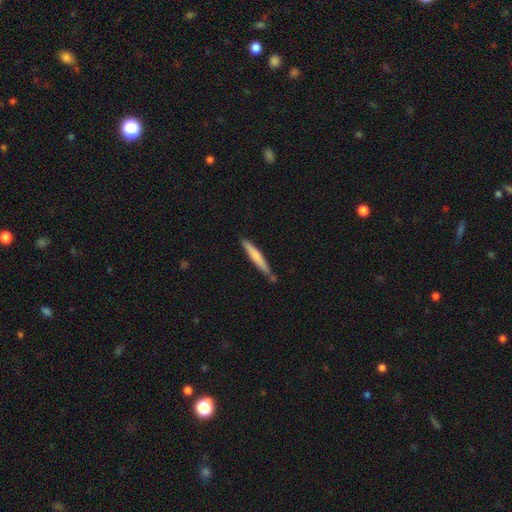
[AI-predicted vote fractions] A smooth galaxy with no disk features (68%) that is cigar-shaped (95%).

Vote fractions:
- Smooth or featured? smooth: 68% / featured or disk: 26% / star or artifact: 5%
- How rounded? cigar-shaped: 95% / in between: 4% / round: 1%
- Merging? none: 70% / minor disturbance: 20% / merger: 6% / major disturbance: 3%